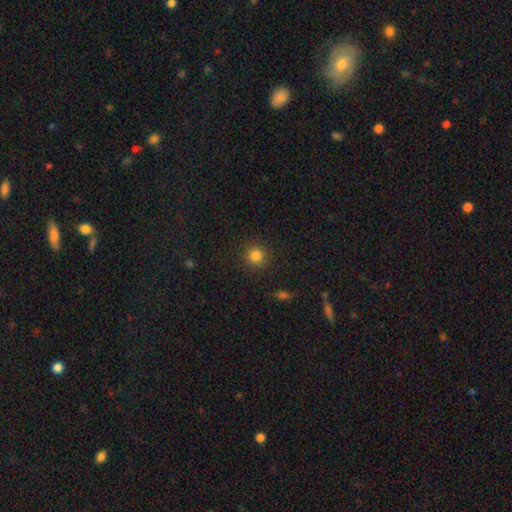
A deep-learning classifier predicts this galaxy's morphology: This is clearly a smooth galaxy (83%). How rounded: clearly round (93%). Merging: clearly none (90%).